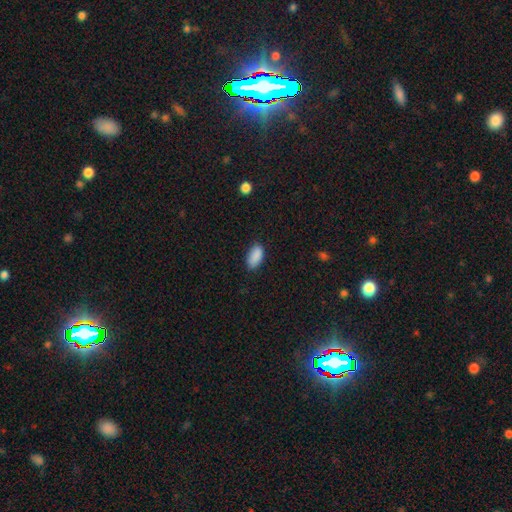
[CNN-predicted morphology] This appears to be a smooth galaxy with no disk features (89%) that is in between round and cigar-shaped (93%). Merging: none (81%).